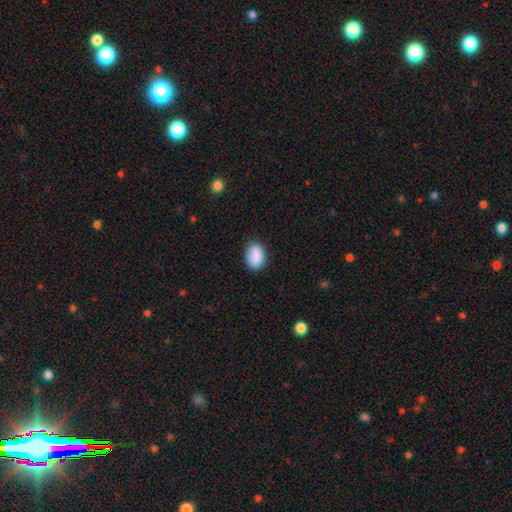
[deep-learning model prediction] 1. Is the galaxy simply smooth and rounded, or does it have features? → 87% smooth, 8% star or artifact, 5% featured or disk.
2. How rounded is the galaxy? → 82% in between, 16% round, 1% cigar-shaped.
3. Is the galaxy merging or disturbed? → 79% none, 15% minor disturbance, 3% major disturbance, 2% merger.